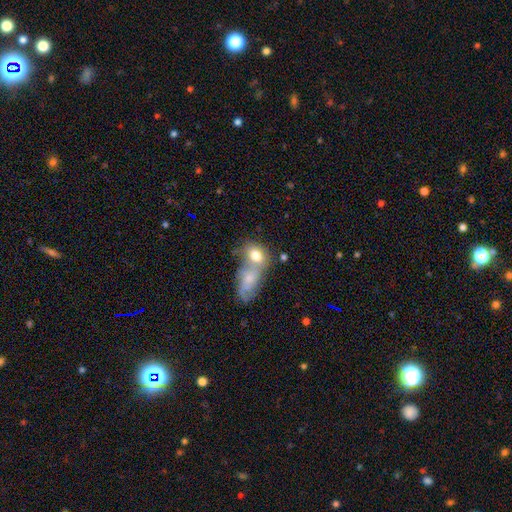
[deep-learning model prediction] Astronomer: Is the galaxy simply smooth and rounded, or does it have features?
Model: smooth — 71%.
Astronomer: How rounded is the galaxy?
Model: in between — 66%.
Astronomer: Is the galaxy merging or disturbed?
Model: merger — 56%.